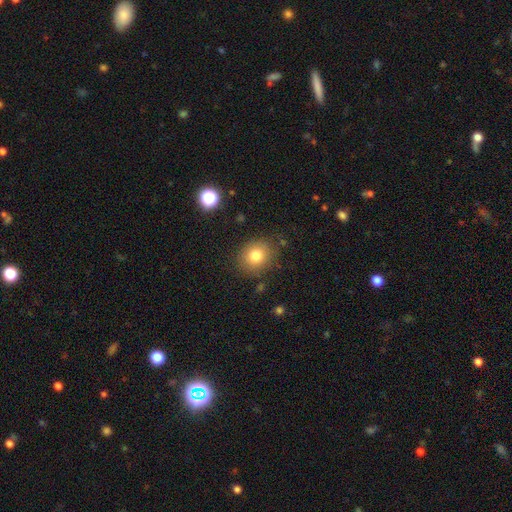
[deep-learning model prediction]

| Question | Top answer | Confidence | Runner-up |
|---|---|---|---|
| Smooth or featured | smooth | 79% | star or artifact (12%) |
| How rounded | round | 76% | in between (23%) |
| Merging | none | 85% | minor disturbance (10%) |